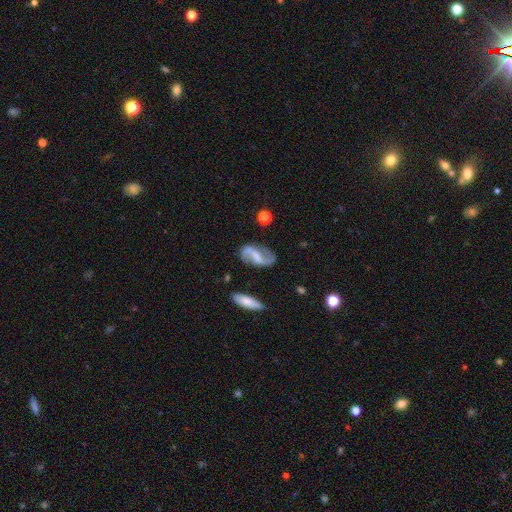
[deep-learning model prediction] featured or disk 82%, smooth 12%, star or artifact 5%. Down the decision tree: edge-on disk — no (96%); bar — weak (42%); spiral arms — yes (93%); spiral arm count — 2 (92%); spiral winding — loose (67%); bulge size — small (40%); merging — none (76%).